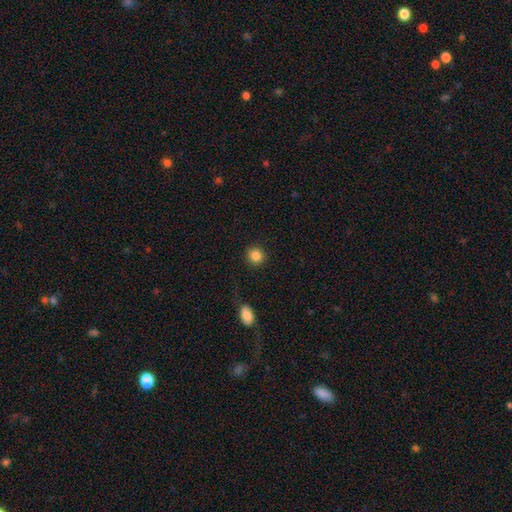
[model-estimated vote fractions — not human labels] The model was most divided on "smooth or featured": smooth: 85%, star or artifact: 10%, featured or disk: 4%. More confident: how rounded — round (90%); merging — none (89%).